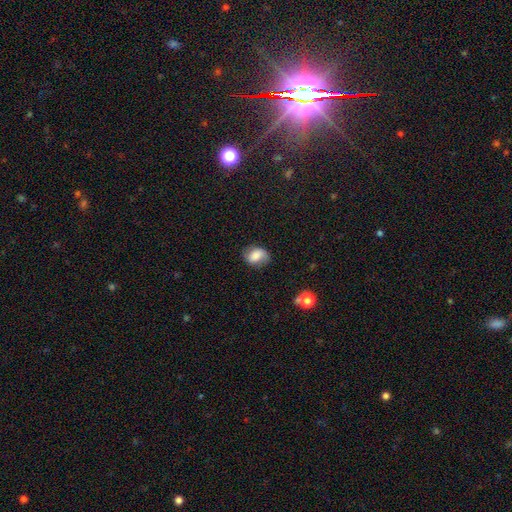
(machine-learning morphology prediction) Smooth or featured: smooth — 66% (featured or disk — 24%)
How rounded: in between — 66% (round — 33%)
Merging: none — 69% (minor disturbance — 22%)